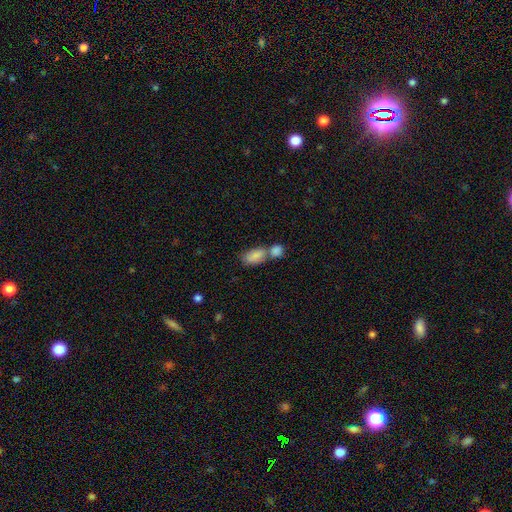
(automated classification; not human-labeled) The model was most divided on "merging": merger: 61%, none: 26%, minor disturbance: 9%, major disturbance: 4%. More confident: how rounded — in between (90%); smooth or featured — smooth (83%).